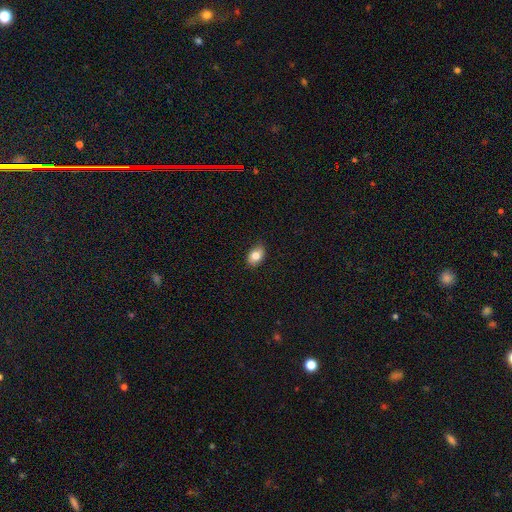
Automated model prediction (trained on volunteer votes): Q: Smooth or featured?
A: smooth (80%); runner-up: featured or disk (12%)
Q: How rounded?
A: in between (84%); runner-up: round (15%)
Q: Merging?
A: none (83%); runner-up: minor disturbance (14%)